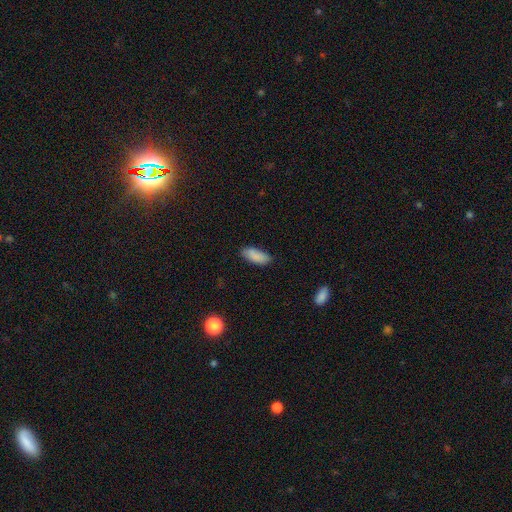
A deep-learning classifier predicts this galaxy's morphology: Smooth or featured?
  - smooth: 88% *
  - star or artifact: 7%
  - featured or disk: 5%
How rounded?
  - in between: 83% *
  - cigar-shaped: 15%
  - round: 2%
Merging?
  - none: 82% *
  - minor disturbance: 14%
  - major disturbance: 3%
  - merger: 1%